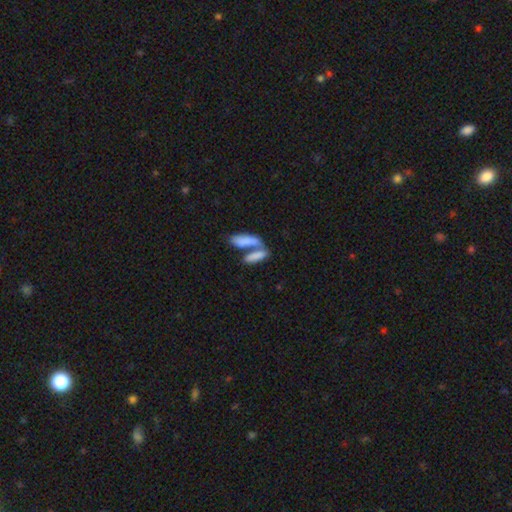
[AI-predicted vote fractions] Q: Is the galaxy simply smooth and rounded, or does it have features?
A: smooth — 77%.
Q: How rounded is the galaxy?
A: in between — 55%.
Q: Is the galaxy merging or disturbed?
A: merger — 61%.